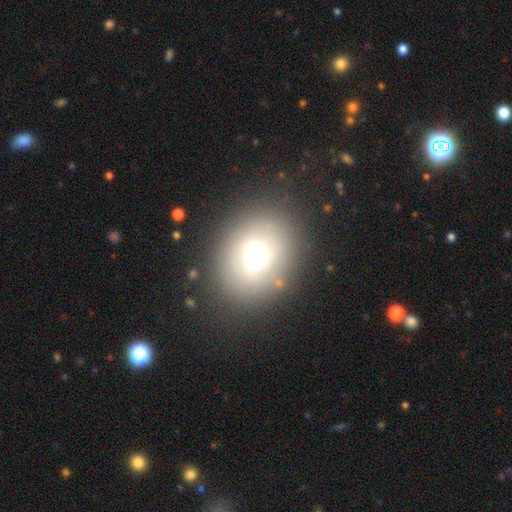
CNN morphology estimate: Smooth or featured? smooth (52%)
How rounded? in between (52%)
Merging? none (80%)